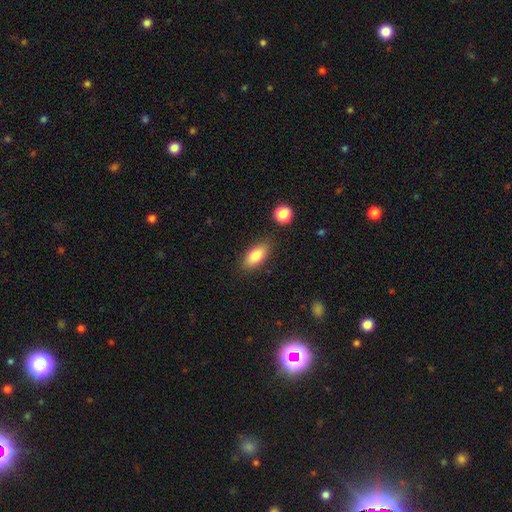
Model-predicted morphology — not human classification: Smooth or featured?
  - smooth: 83% *
  - featured or disk: 10%
  - star or artifact: 7%
How rounded?
  - in between: 87% *
  - cigar-shaped: 10%
  - round: 4%
Merging?
  - none: 83% *
  - minor disturbance: 11%
  - merger: 3%
  - major disturbance: 3%